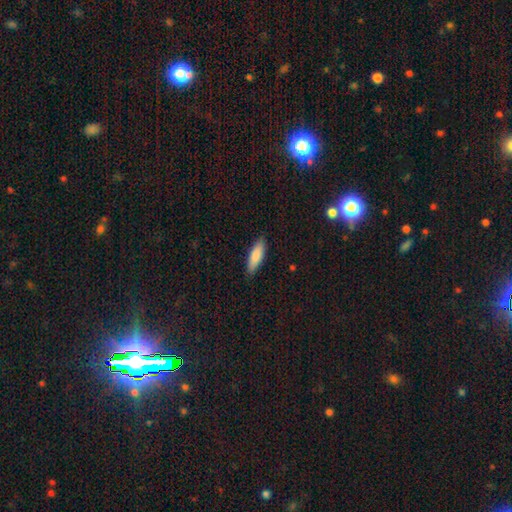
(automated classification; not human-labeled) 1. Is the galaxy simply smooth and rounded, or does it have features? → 85% smooth, 10% featured or disk, 5% star or artifact.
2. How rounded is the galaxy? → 51% in between, 47% cigar-shaped, 2% round.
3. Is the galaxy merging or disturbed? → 87% none, 10% minor disturbance, 2% major disturbance, 1% merger.